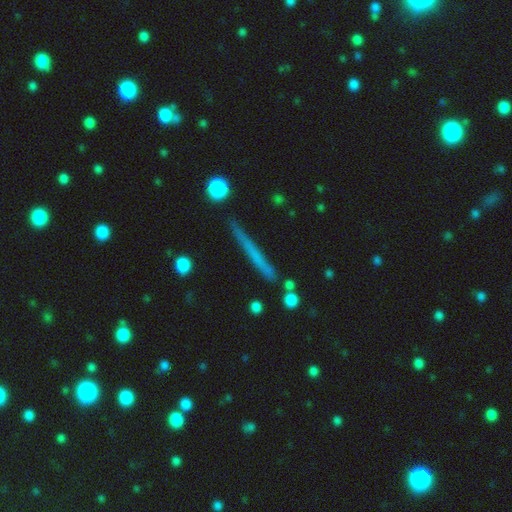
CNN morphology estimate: The model was most divided on "smooth or featured": smooth: 49%, featured or disk: 42%, star or artifact: 9%. More confident: merging — none (85%).